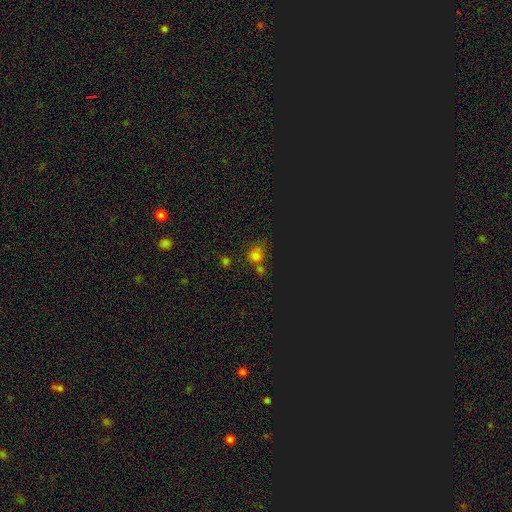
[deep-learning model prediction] smooth 56%, star or artifact 37%, featured or disk 7%. Down the decision tree: how rounded — round (72%); merging — none (51%).